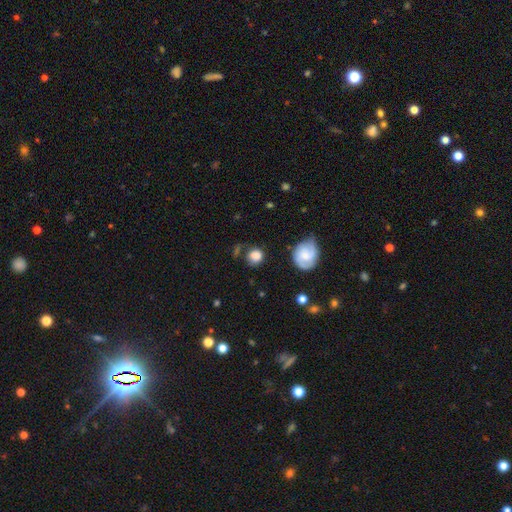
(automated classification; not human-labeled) smooth 77%, featured or disk 13%, star or artifact 10%. Down the decision tree: how rounded — round (76%); merging — none (63%).